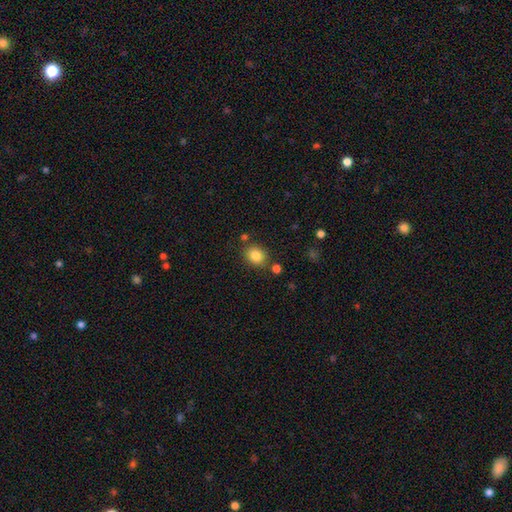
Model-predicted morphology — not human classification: The model was most divided on "how rounded": round: 65%, in between: 34%, cigar-shaped: 1%. More confident: smooth or featured — smooth (84%); merging — none (80%).